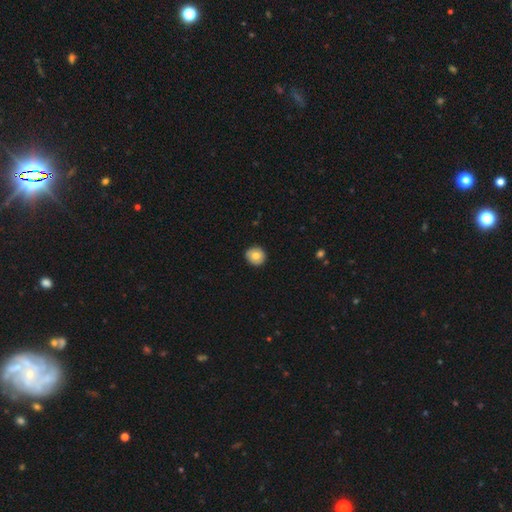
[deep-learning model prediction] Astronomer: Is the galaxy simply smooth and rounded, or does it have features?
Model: smooth — 75%.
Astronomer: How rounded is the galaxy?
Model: round — 91%.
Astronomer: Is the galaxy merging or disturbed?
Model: none — 90%.